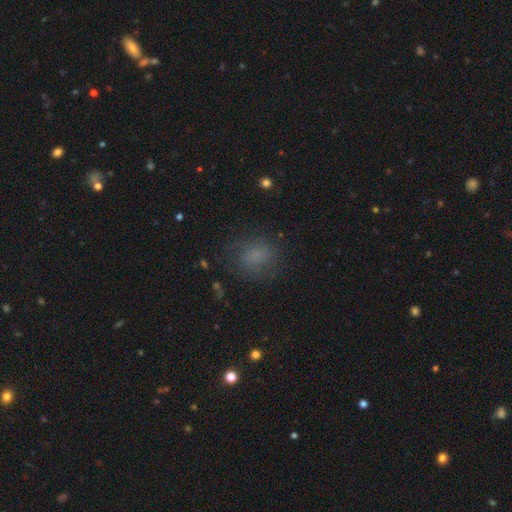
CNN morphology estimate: The model was most divided on "how rounded": round: 63%, in between: 36%, cigar-shaped: 1%. More confident: merging — none (72%); smooth or featured — smooth (69%).